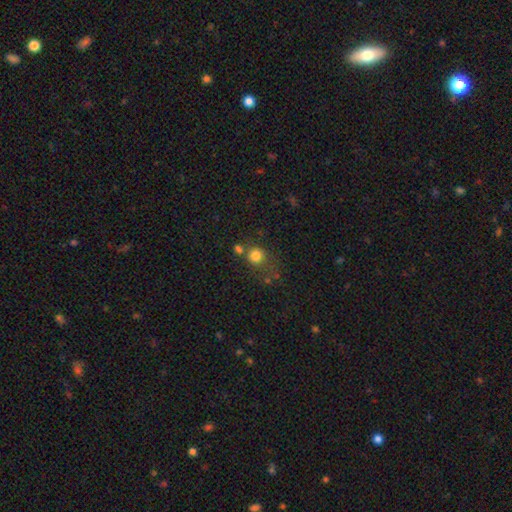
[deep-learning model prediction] Q: Smooth or featured?
A: smooth (79%); runner-up: star or artifact (13%)
Q: How rounded?
A: round (87%); runner-up: in between (12%)
Q: Merging?
A: none (58%); runner-up: merger (21%)